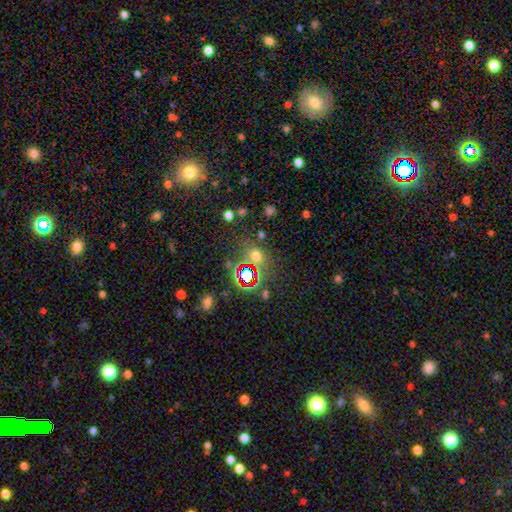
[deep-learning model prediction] This appears to be a smooth galaxy with no disk features (52%) that is round (69%). Merging: none (72%).